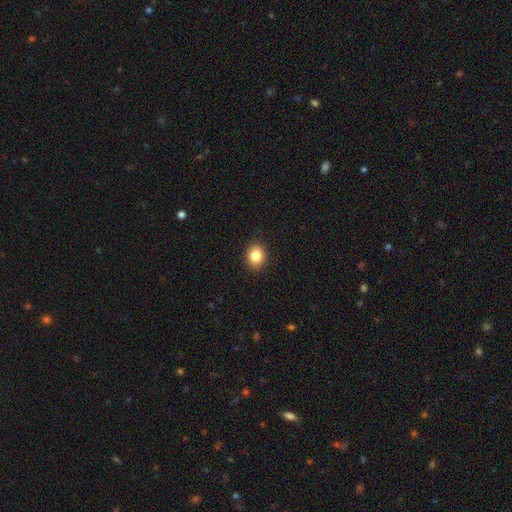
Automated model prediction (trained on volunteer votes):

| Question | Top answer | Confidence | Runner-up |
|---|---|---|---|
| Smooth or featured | smooth | 85% | star or artifact (10%) |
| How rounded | round | 62% | in between (37%) |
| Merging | none | 90% | minor disturbance (7%) |